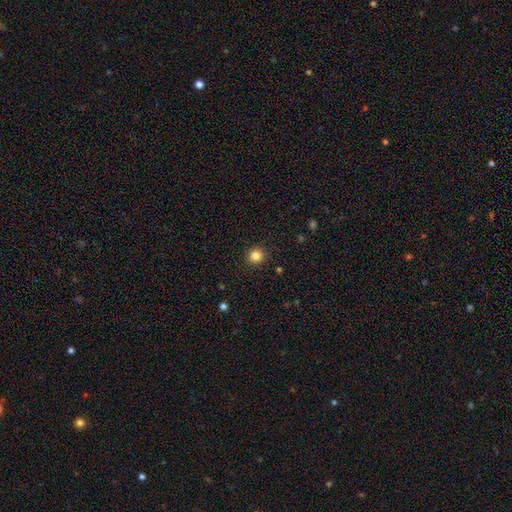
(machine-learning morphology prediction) The model was most divided on "smooth or featured": smooth: 84%, star or artifact: 12%, featured or disk: 4%. More confident: how rounded — round (92%); merging — none (92%).